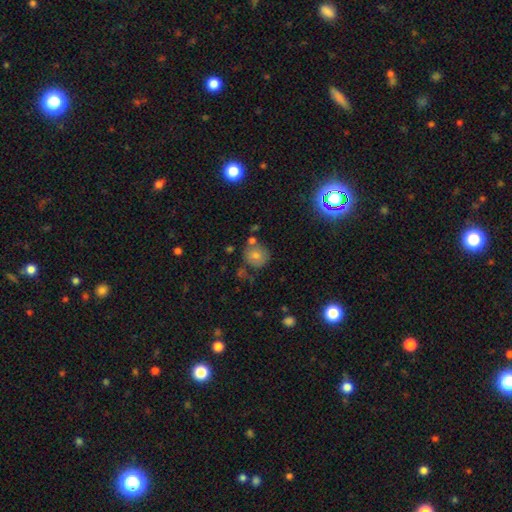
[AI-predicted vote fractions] Morphology: type=smooth (74%); roundness=round (85%); merging=none (64%).